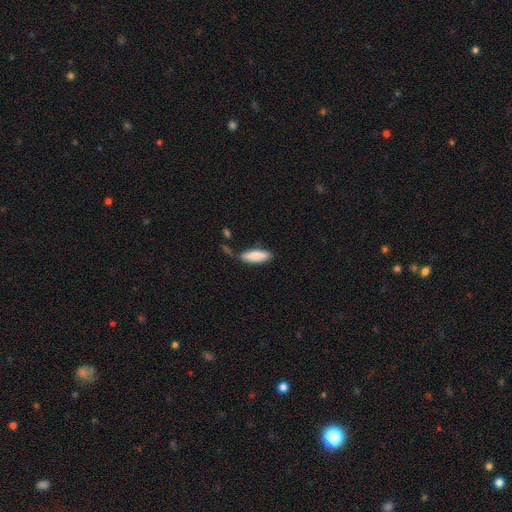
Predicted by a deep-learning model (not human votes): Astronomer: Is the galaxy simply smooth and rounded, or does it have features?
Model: smooth — 82%.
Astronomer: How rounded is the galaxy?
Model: in between — 56% (runner-up: cigar-shaped, 42%).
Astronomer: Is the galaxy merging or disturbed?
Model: none — 68%.